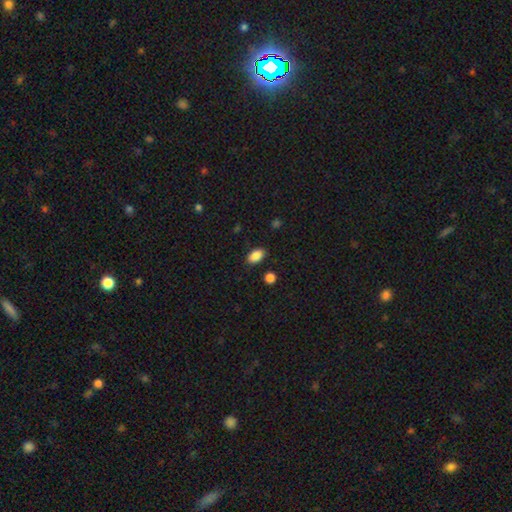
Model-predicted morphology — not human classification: A smooth galaxy with no disk features (87%) that is in between round and cigar-shaped (90%). Merging: none (85%).